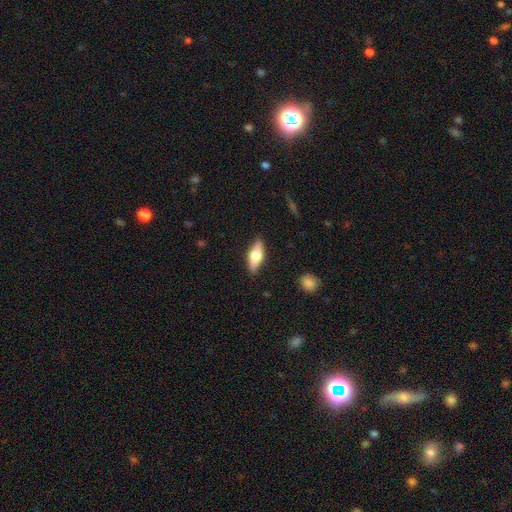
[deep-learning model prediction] Q: Smooth or featured?
A: smooth (57%); runner-up: featured or disk (37%)
Q: How rounded?
A: in between (70%); runner-up: cigar-shaped (27%)
Q: Merging?
A: none (85%); runner-up: minor disturbance (12%)